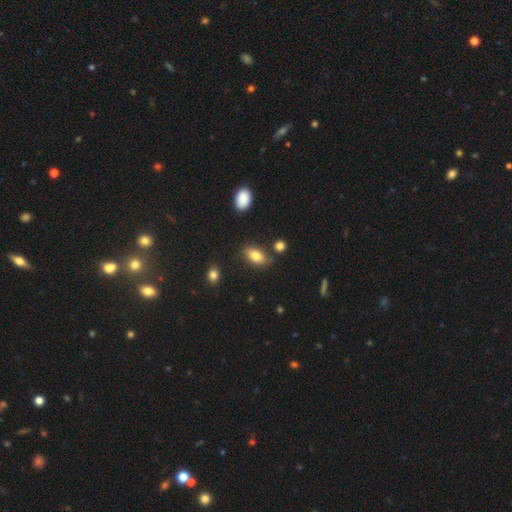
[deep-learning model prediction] Overall: smooth (81%). How rounded: in between (88%). Merging: none (77%).